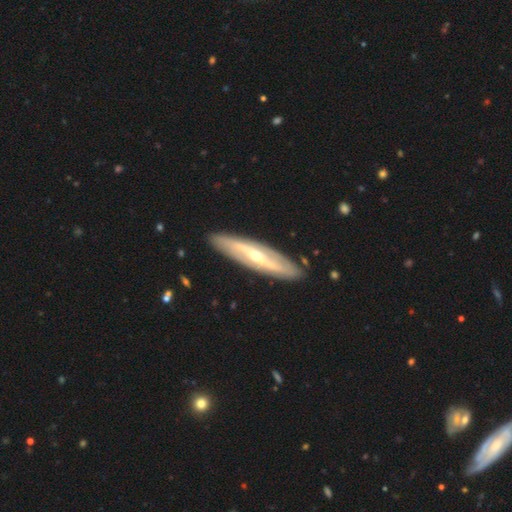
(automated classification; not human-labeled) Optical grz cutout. It shows a featured or disk galaxy (76%). Merging: none (88%).